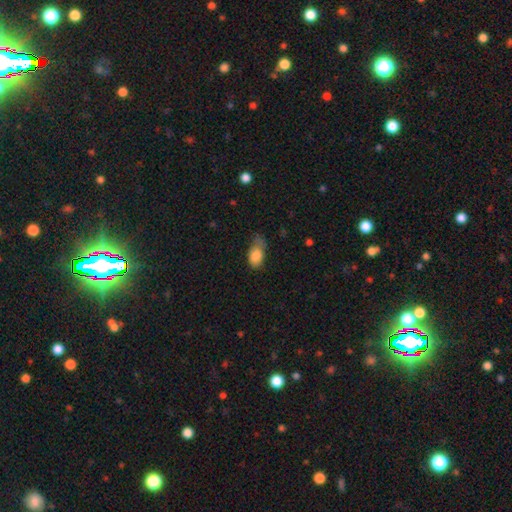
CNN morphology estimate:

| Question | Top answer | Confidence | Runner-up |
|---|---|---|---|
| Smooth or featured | smooth | 83% | featured or disk (10%) |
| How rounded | in between | 90% | round (8%) |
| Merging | minor disturbance | 40% | none (31%) |